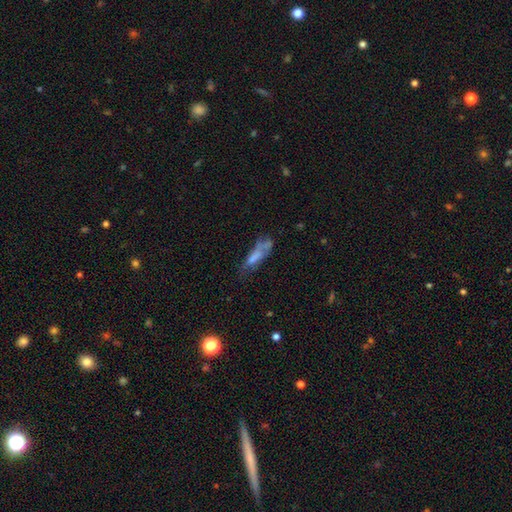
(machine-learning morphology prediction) This appears to be a smooth galaxy with no disk features (52%) that is cigar-shaped (52%). Merging: none (33%).